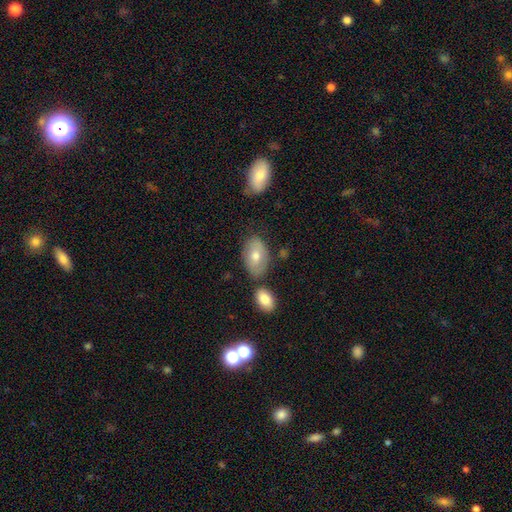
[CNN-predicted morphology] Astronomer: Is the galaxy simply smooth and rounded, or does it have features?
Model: smooth — 69%.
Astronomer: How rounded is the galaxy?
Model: in between — 91%.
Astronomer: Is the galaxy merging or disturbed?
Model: none — 64%.